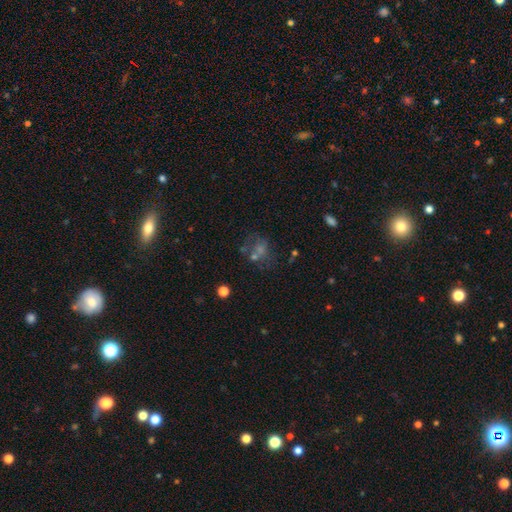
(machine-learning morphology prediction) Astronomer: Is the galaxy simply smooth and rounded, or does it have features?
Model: smooth — 38% (runner-up: star or artifact, 32%).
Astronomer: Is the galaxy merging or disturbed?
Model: none — 51%.